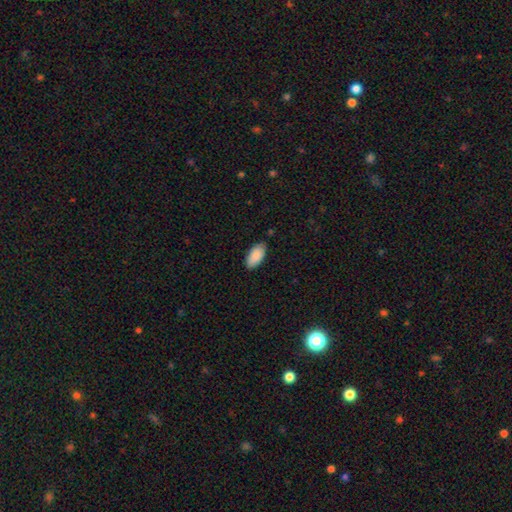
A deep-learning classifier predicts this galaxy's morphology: This appears to be a smooth galaxy with no disk features (89%) that is in between round and cigar-shaped (94%). Merging: none (82%).